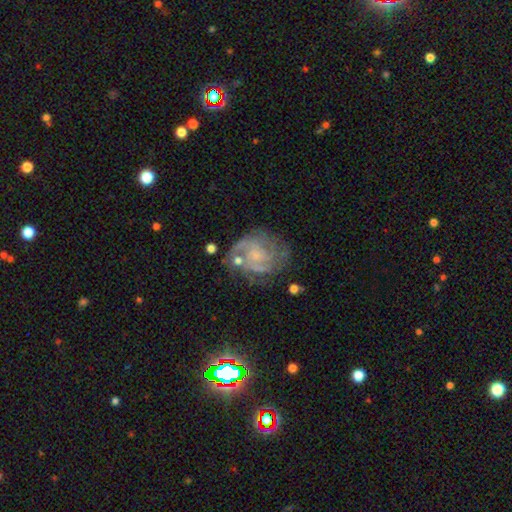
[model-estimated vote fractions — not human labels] Smooth or featured: featured or disk — 79% (smooth — 13%)
Edge-on disk: no — 98% (yes — 2%)
Bar: no — 66% (weak — 29%)
Spiral arms: yes — 89% (no — 11%)
Spiral winding: tight — 44% (medium — 42%)
Spiral arm count: can't tell — 29% (2 — 28%)
Bulge size: small — 64% (none — 19%)
Merging: none — 58% (minor disturbance — 21%)